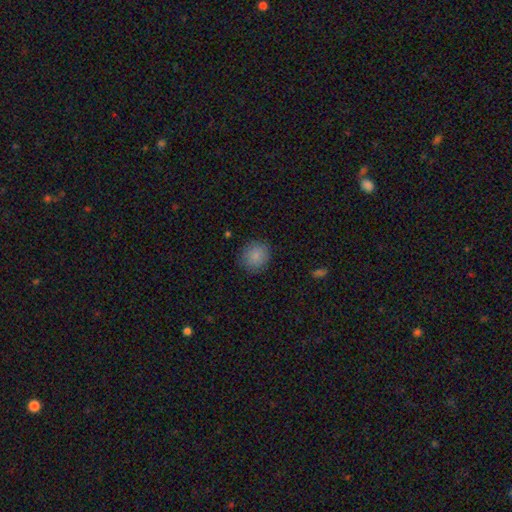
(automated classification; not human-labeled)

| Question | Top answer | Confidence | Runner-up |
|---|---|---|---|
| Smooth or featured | smooth | 86% | star or artifact (9%) |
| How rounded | round | 80% | in between (19%) |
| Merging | none | 85% | minor disturbance (11%) |